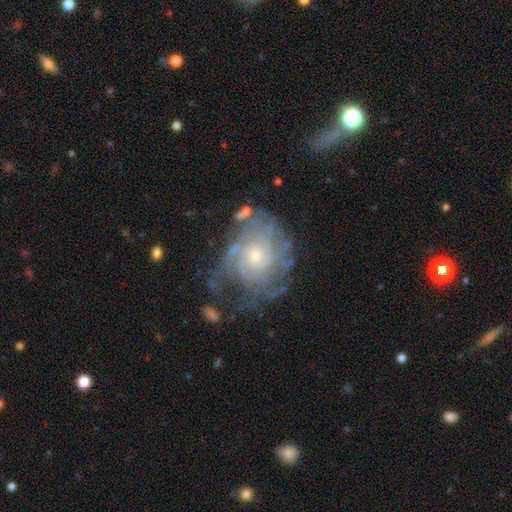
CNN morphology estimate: smooth-or-featured: featured or disk: 86% | smooth: 7% | star or artifact: 7%
  disk-edge-on: no: 97% | yes: 3%
    bar: no: 80% | weak: 17% | strong: 4%
    has-spiral-arms: yes: 95% | no: 5%
      spiral-winding: tight: 74% | medium: 21% | loose: 5%
      spiral-arm-count: can't tell: 34% | 4: 21% | 3: 14% | more than 4: 13% | 2: 10% | 1: 6%
    bulge-size: small: 70% | moderate: 25% | large: 2% | none: 2% | dominant: 1%
  merging: none: 65% | minor disturbance: 20% | major disturbance: 12% | merger: 3%